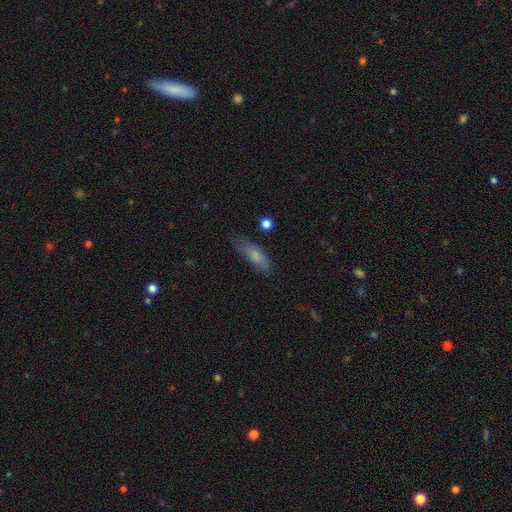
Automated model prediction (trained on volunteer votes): Smooth or featured? Predicted: smooth (p=0.74). How rounded? Predicted: in between (p=0.60). Merging? Predicted: none (p=0.57).